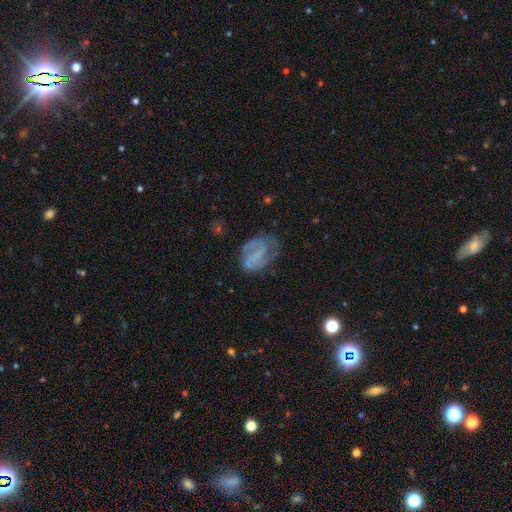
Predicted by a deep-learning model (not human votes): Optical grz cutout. It shows a featured or disk galaxy (62%) with no bar (45%), spiral arms (74%) and no central bulge (63%). Merging: none (56%).